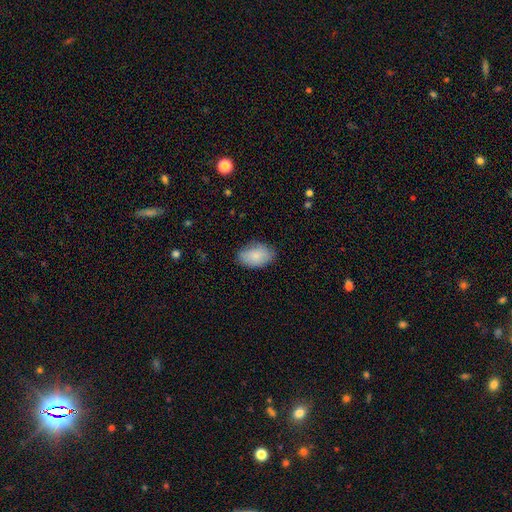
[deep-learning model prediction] Smooth or featured: smooth — 84% (featured or disk — 10%)
How rounded: in between — 90% (round — 9%)
Merging: none — 81% (minor disturbance — 15%)